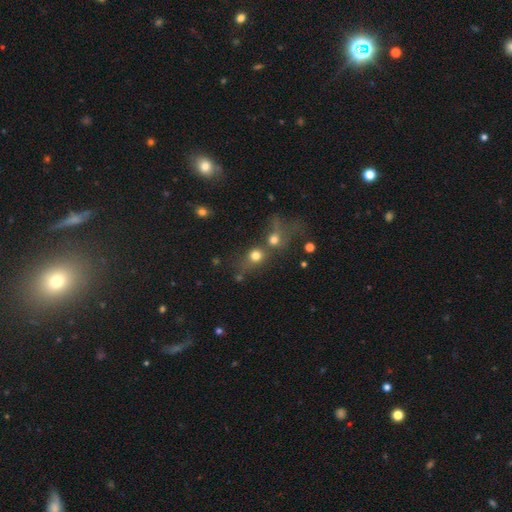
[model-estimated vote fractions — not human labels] This is likely a smooth galaxy (73%). How rounded: likely round (79%). Merging: marginally merger (45%).